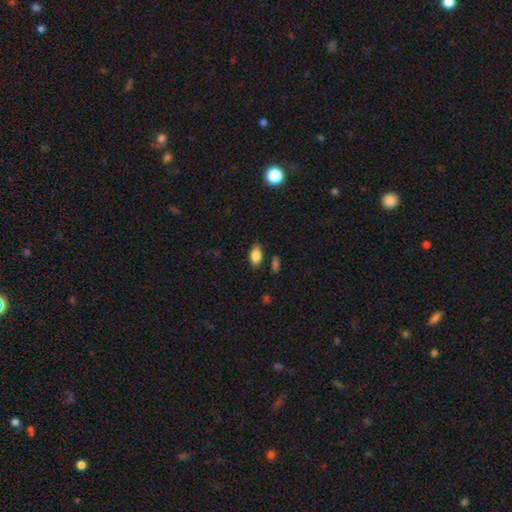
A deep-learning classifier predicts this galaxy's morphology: type=smooth (84%); roundness=in between (90%); merging=none (82%).